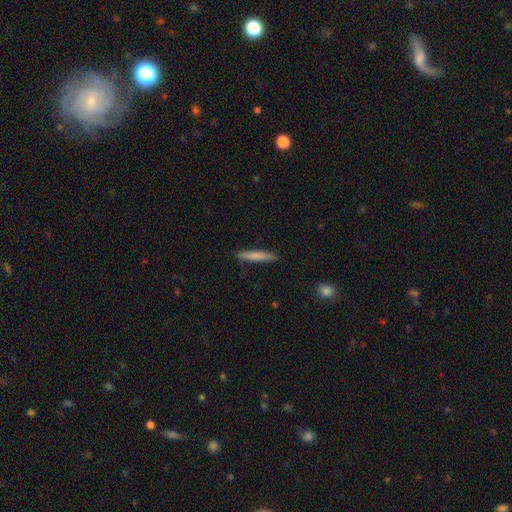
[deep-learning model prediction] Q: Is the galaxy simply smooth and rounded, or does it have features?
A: smooth — 77%.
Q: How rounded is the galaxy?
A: cigar-shaped — 94%.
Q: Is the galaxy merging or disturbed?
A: none — 90%.